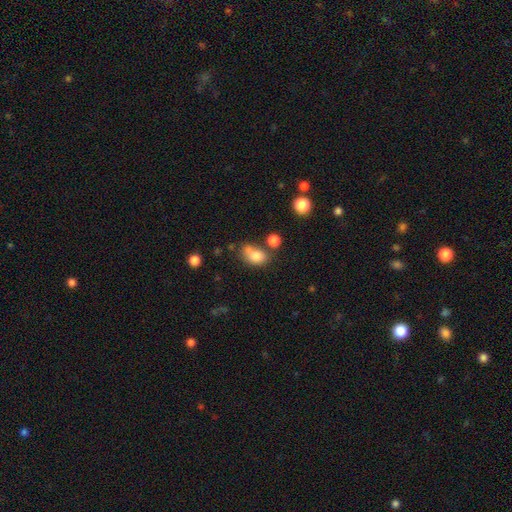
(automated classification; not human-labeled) This appears to be a smooth galaxy with no disk features (78%) that is in between round and cigar-shaped (71%). Merging: none (40%).